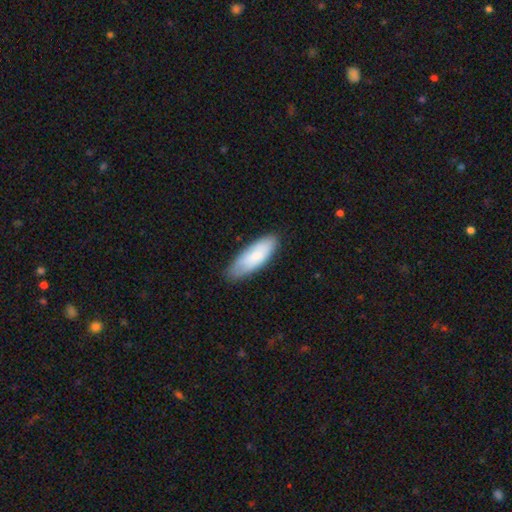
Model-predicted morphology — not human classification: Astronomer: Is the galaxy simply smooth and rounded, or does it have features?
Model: smooth — 80%.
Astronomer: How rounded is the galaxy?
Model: in between — 66%.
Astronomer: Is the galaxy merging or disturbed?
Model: none — 79%.